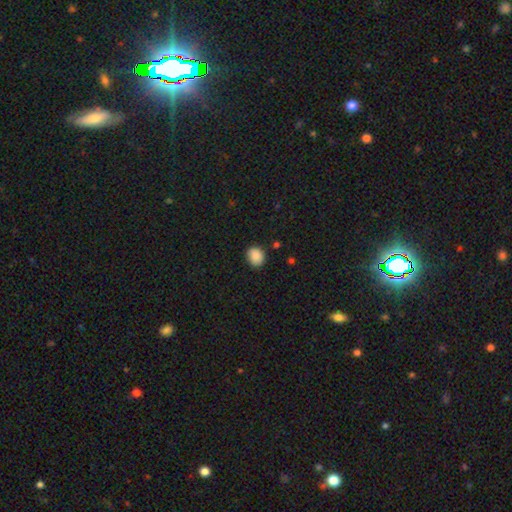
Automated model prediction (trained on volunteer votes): A smooth galaxy with no disk features (88%) that is round (63%).

Vote fractions:
- Smooth or featured? smooth: 88% / star or artifact: 9% / featured or disk: 4%
- How rounded? round: 63% / in between: 36% / cigar-shaped: 1%
- Merging? none: 85% / minor disturbance: 12% / major disturbance: 2% / merger: 2%